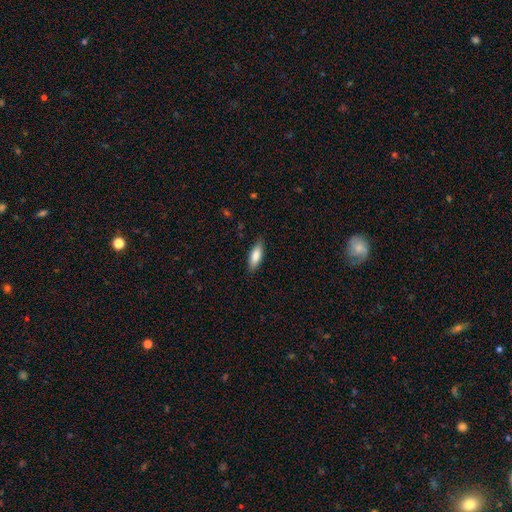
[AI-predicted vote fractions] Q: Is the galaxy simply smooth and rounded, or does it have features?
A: smooth — 78%.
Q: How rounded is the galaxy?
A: in between — 59%.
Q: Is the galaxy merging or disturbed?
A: none — 85%.